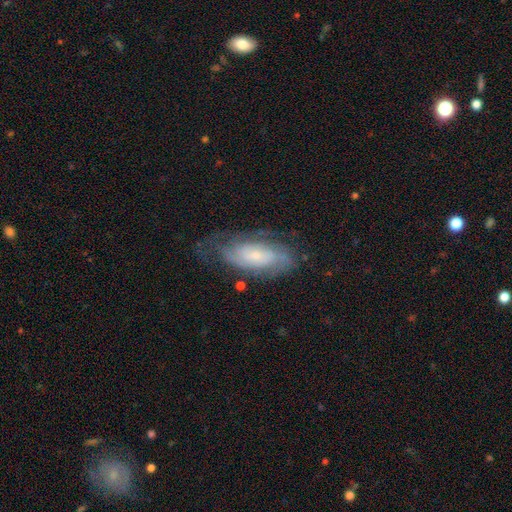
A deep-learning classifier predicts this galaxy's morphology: smooth-or-featured: featured or disk: 69% | smooth: 23% | star or artifact: 7%
  disk-edge-on: no: 90% | yes: 10%
    bar: no: 64% | weak: 28% | strong: 8%
    has-spiral-arms: yes: 88% | no: 12%
      spiral-winding: tight: 56% | medium: 33% | loose: 11%
      spiral-arm-count: can't tell: 42% | 2: 39% | 3: 8% | 1: 4% | 4: 3% | more than 4: 3%
    bulge-size: small: 63% | moderate: 23% | none: 8% | large: 5% | dominant: 2%
  merging: none: 63% | minor disturbance: 23% | major disturbance: 12% | merger: 2%